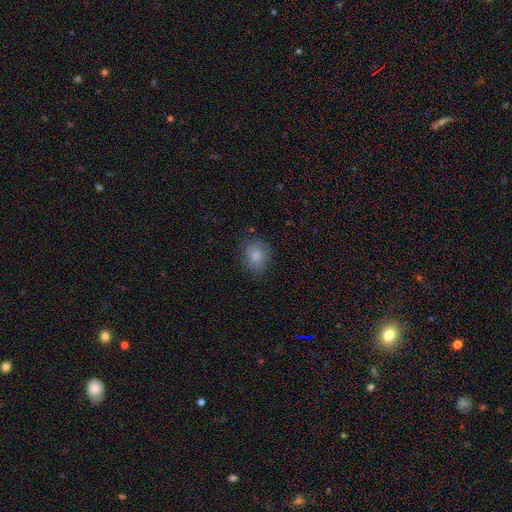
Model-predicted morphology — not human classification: The model was most divided on "how rounded": round: 61%, in between: 38%, cigar-shaped: 1%. More confident: smooth or featured — smooth (82%); merging — none (76%).